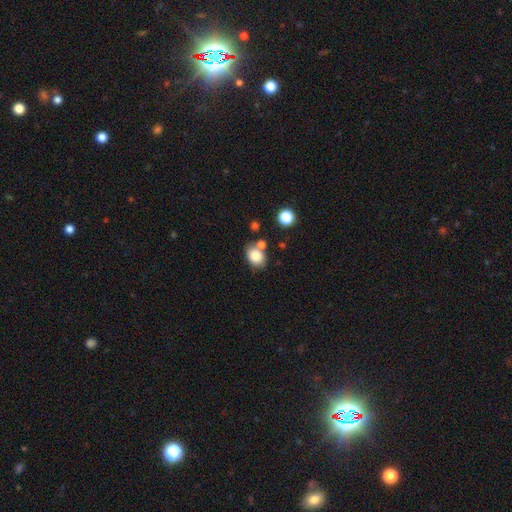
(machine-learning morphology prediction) This is clearly a smooth galaxy (83%). How rounded: likely in between (61%). Merging: likely none (62%).